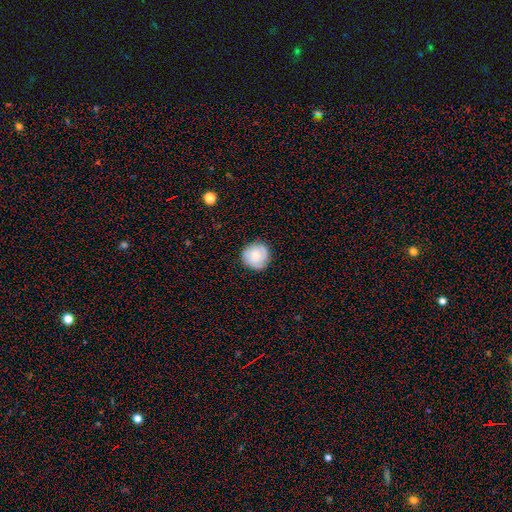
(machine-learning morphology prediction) Smooth or featured? Predicted: smooth (p=0.57). How rounded? Predicted: round (p=0.91). Merging? Predicted: none (p=0.81).